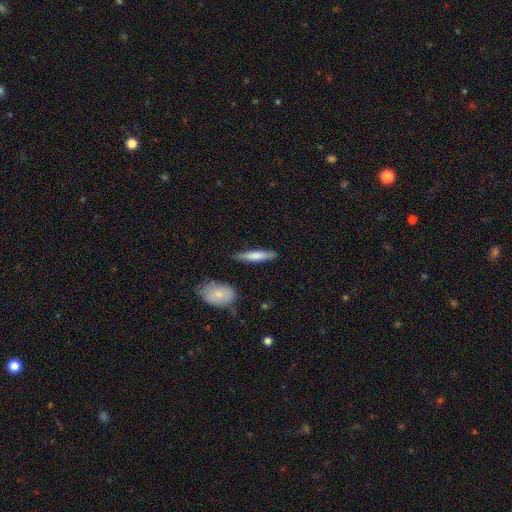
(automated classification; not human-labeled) Morphology: type=smooth (71%); roundness=cigar-shaped (83%); merging=none (82%).